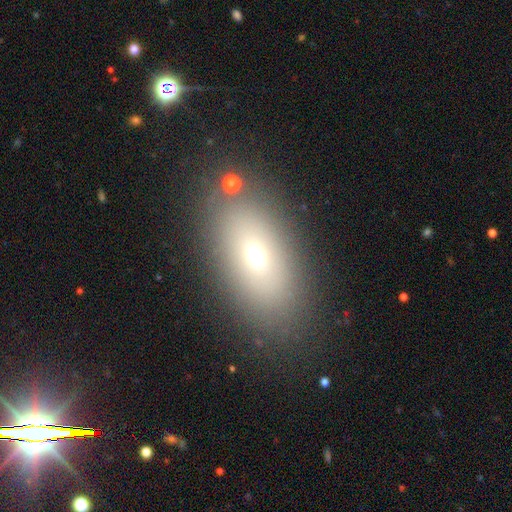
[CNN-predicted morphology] A smooth galaxy with no disk features (64%) that is in between round and cigar-shaped (83%). Merging: none (80%).